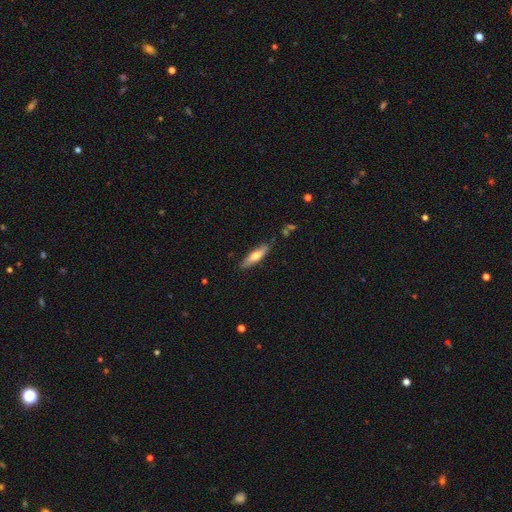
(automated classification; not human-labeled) Smooth or featured?
  - smooth: 60% *
  - featured or disk: 35%
  - star or artifact: 6%
How rounded?
  - cigar-shaped: 69% *
  - in between: 30%
  - round: 2%
Merging?
  - none: 85% *
  - minor disturbance: 11%
  - major disturbance: 2%
  - merger: 2%